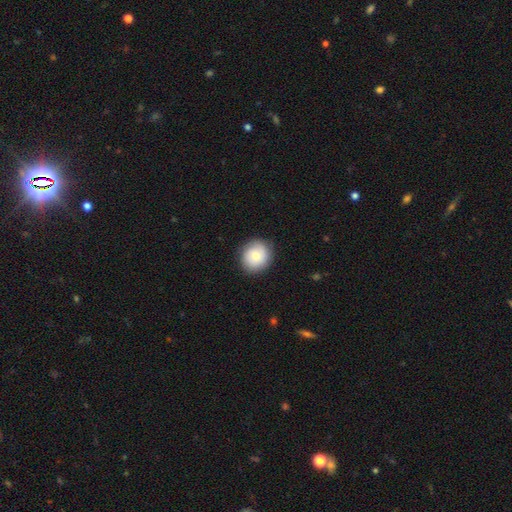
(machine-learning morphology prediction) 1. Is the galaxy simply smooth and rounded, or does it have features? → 71% smooth, 21% featured or disk, 8% star or artifact.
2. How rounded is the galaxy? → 85% round, 14% in between, 1% cigar-shaped.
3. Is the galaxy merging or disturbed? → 87% none, 10% minor disturbance, 3% major disturbance, 1% merger.